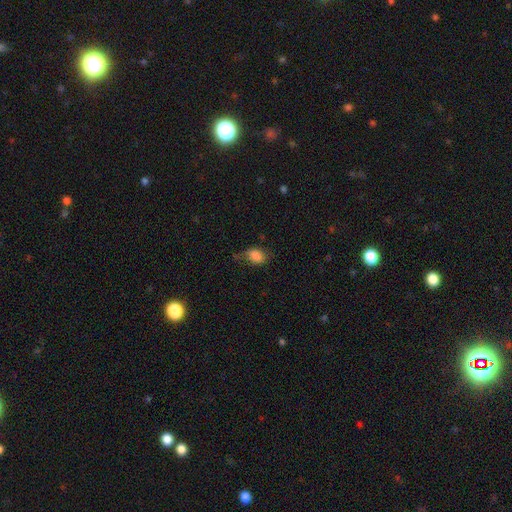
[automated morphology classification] A smooth galaxy with no disk features (83%) that is in between round and cigar-shaped (79%).

Vote fractions:
- Smooth or featured? smooth: 83% / star or artifact: 9% / featured or disk: 8%
- How rounded? in between: 79% / round: 20% / cigar-shaped: 1%
- Merging? none: 54% / minor disturbance: 31% / major disturbance: 13% / merger: 2%